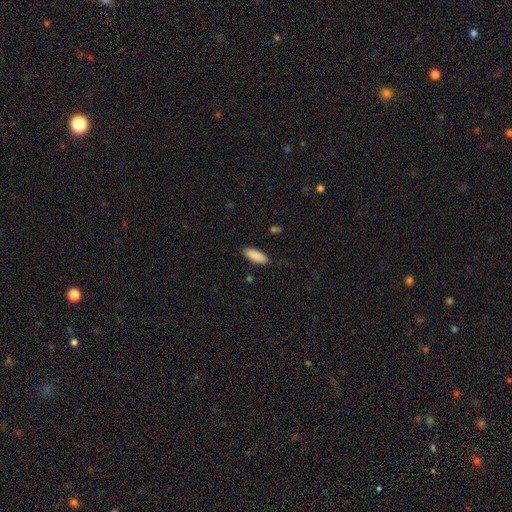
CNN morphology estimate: smooth-or-featured: smooth: 90% | star or artifact: 6% | featured or disk: 4%
  how-rounded: in between: 71% | cigar-shaped: 27% | round: 2%
  merging: none: 87% | minor disturbance: 10% | major disturbance: 2% | merger: 1%